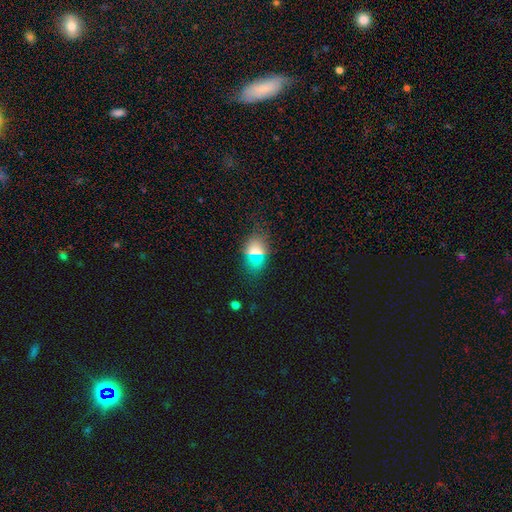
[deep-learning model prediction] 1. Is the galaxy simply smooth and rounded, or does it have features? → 67% smooth, 21% star or artifact, 13% featured or disk.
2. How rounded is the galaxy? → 75% in between, 21% round, 4% cigar-shaped.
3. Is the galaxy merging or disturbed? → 81% none, 12% minor disturbance, 4% major disturbance, 2% merger.